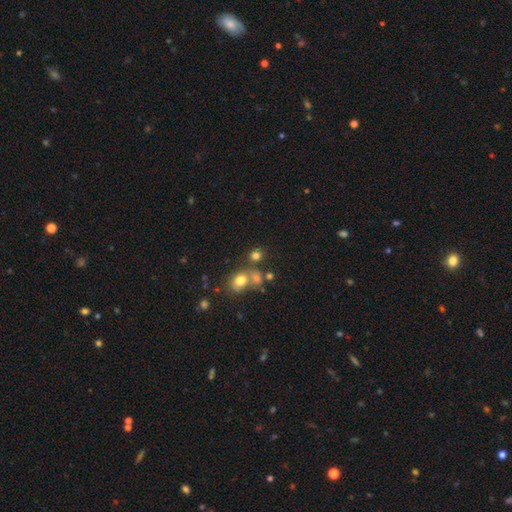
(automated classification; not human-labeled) Overall: smooth (74%). How rounded: round (71%). Merging: none (58%; merger 27%).